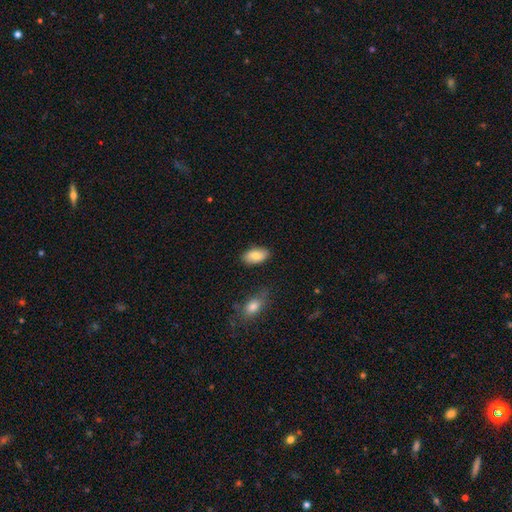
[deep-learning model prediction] The model was most divided on "smooth or featured": smooth: 80%, featured or disk: 13%, star or artifact: 7%. More confident: how rounded — in between (94%); merging — none (82%).